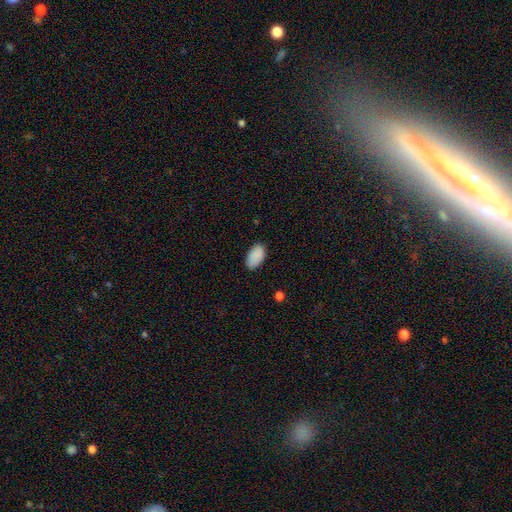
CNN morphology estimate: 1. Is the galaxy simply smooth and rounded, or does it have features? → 90% smooth, 7% star or artifact, 3% featured or disk.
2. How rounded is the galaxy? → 95% in between, 4% round, 1% cigar-shaped.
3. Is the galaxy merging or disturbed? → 83% none, 14% minor disturbance, 3% major disturbance, 1% merger.